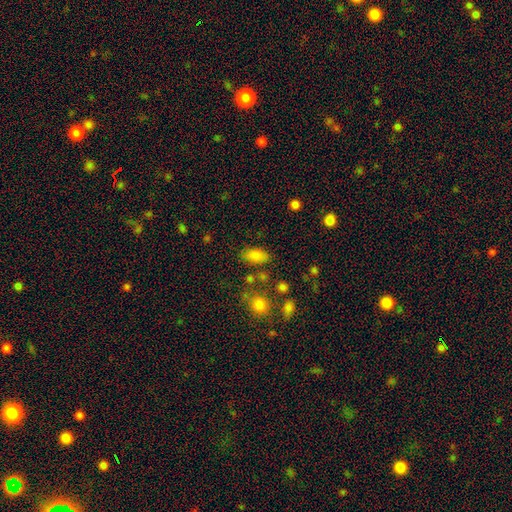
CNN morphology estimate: This is clearly a smooth galaxy (82%). How rounded: clearly in between (90%). Merging: likely none (74%).